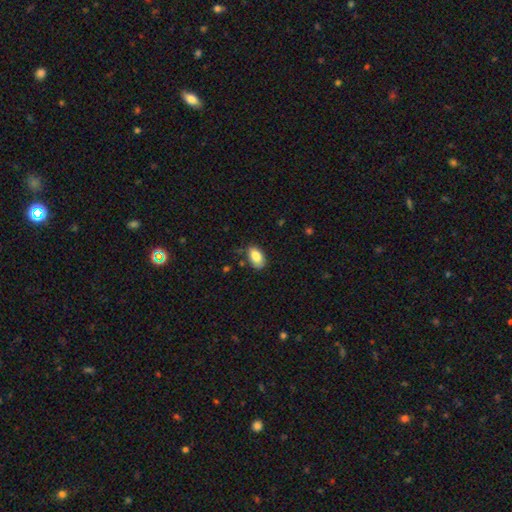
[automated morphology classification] Smooth or featured? Predicted: smooth (p=0.84). How rounded? Predicted: in between (p=0.93). Merging? Predicted: none (p=0.74).